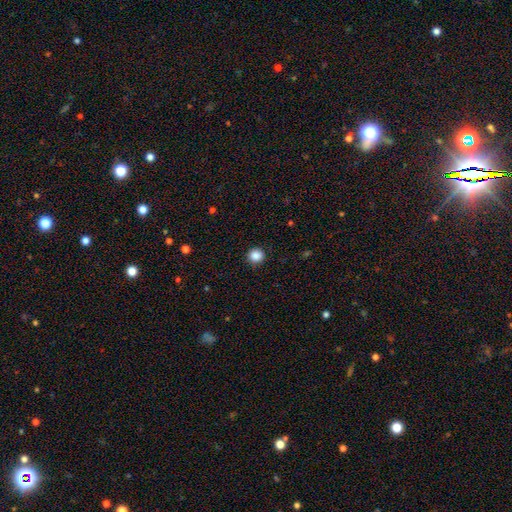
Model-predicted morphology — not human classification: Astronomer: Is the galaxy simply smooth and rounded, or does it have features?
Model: smooth — 87%.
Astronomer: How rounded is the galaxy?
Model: round — 91%.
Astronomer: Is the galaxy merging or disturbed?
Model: none — 91%.